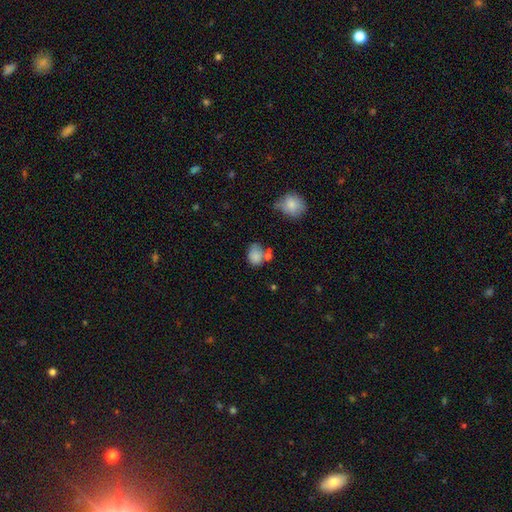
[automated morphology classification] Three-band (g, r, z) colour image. It shows a smooth galaxy with no disk features (81%) that is in between round and cigar-shaped (56%). Merging: none (45%).